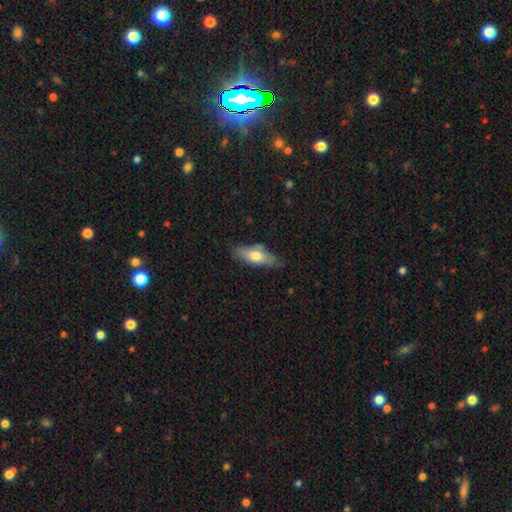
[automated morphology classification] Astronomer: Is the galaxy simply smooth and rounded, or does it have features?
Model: smooth — 64%.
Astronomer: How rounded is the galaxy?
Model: in between — 64%.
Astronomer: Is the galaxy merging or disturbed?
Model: none — 69%.